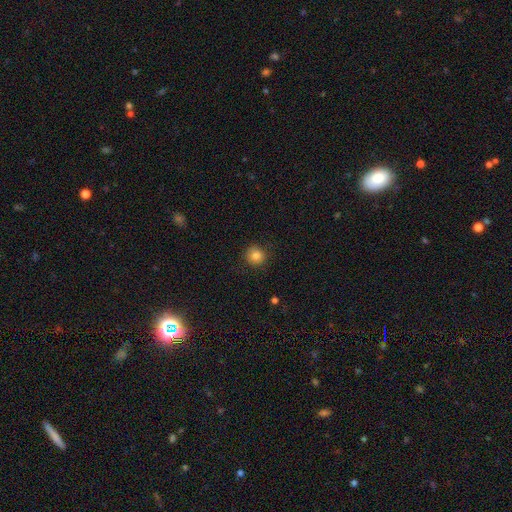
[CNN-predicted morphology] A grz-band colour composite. It shows a smooth galaxy with no disk features (83%) that is round (90%). Merging: none (86%).